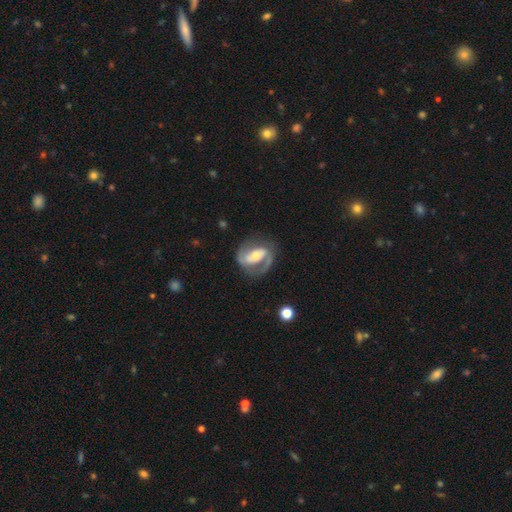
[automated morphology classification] This is likely a featured or disk galaxy (80%). It is clearly not viewed edge-on (96%). Bar: marginally strong (42%). Spiral arm pattern: clearly yes (89%). Spiral arm count: likely 2 (78%). Spiral winding: possibly medium (48%). Central bulge: likely moderate (61%). Merging: likely none (66%).